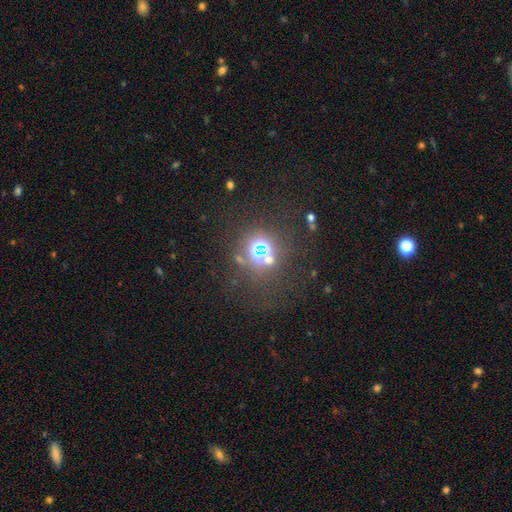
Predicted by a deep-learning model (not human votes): Smooth or featured?
  - star or artifact: 52% *
  - smooth: 37%
  - featured or disk: 10%